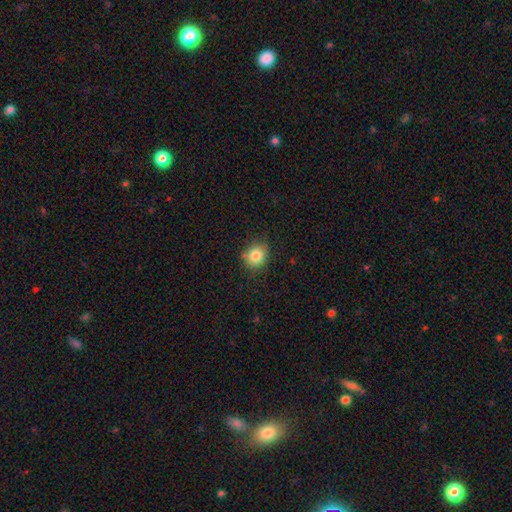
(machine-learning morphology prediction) smooth 83%, star or artifact 10%, featured or disk 7%. Down the decision tree: how rounded — round (79%); merging — none (80%).